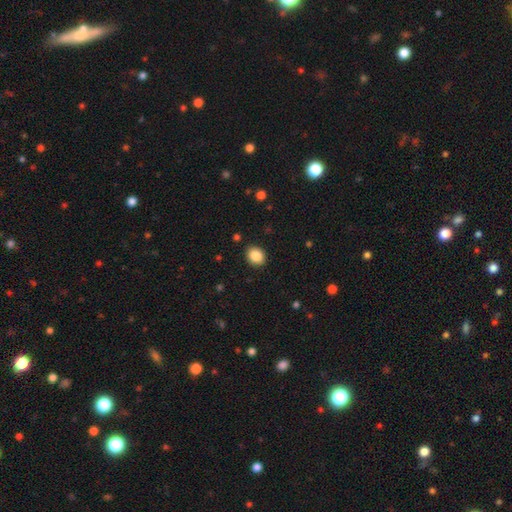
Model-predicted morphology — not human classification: The model was most divided on "how rounded": round: 57%, in between: 42%, cigar-shaped: 1%. More confident: merging — none (89%); smooth or featured — smooth (87%).